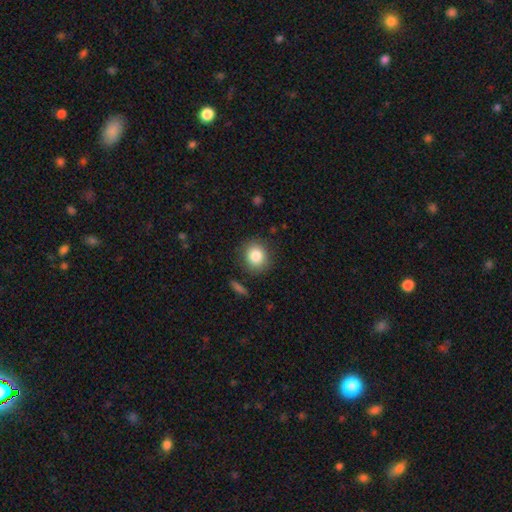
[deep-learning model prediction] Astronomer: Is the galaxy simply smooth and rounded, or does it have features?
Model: smooth — 83%.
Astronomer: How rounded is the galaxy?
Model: round — 82%.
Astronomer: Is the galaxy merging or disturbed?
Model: none — 86%.